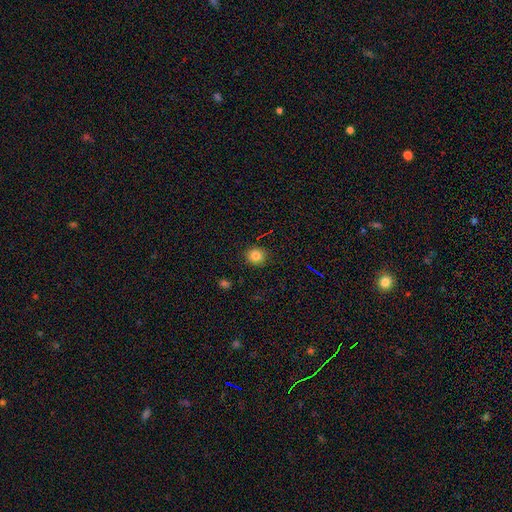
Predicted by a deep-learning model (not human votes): Q: Smooth or featured?
A: smooth (83%); runner-up: star or artifact (12%)
Q: How rounded?
A: round (87%); runner-up: in between (12%)
Q: Merging?
A: none (90%); runner-up: minor disturbance (7%)